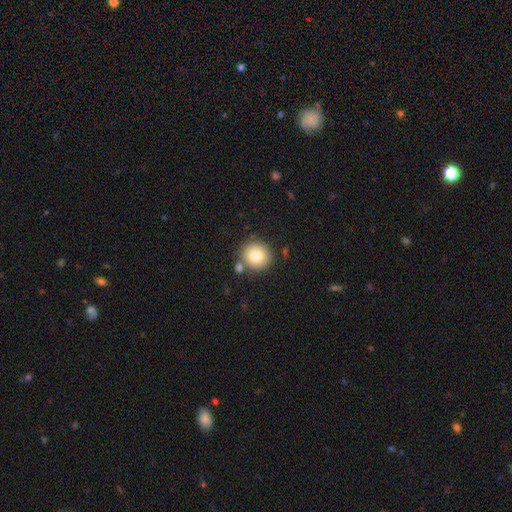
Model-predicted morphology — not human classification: This appears to be a smooth galaxy with no disk features (80%) that is round (92%). Merging: none (76%).